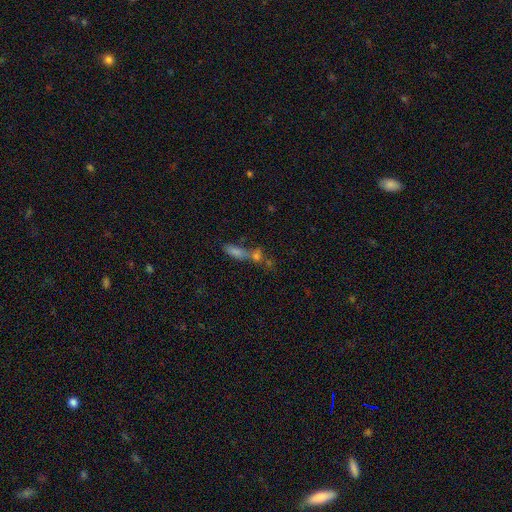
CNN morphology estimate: This is possibly a smooth galaxy (56%). How rounded: possibly in between (51%). Merging: possibly merger (54%).